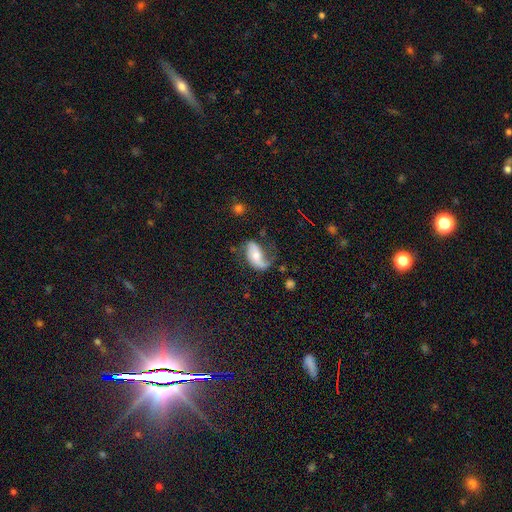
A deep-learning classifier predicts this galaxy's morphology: type=featured or disk (65%); edge-on=no (94%); bar=no (53%); spiral arms=yes (88%); winding=loose (66%); arm count=2 (63%); bulge=moderate (56%); merging=none (44%).